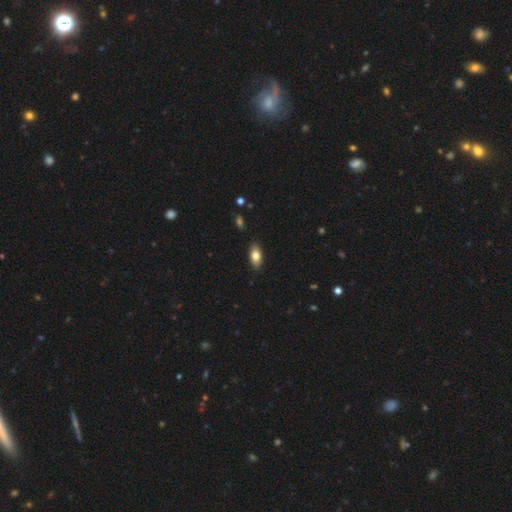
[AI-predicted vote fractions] This appears to be a smooth galaxy with no disk features (80%) that is in between round and cigar-shaped (89%). Merging: none (87%).